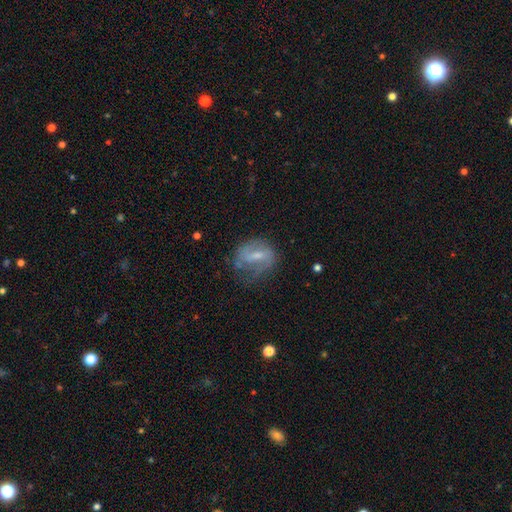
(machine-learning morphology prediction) type=featured or disk (63%); edge-on=no (95%); bar=weak (51%); spiral arms=yes (73%); bulge=small (44%); merging=none (49%).